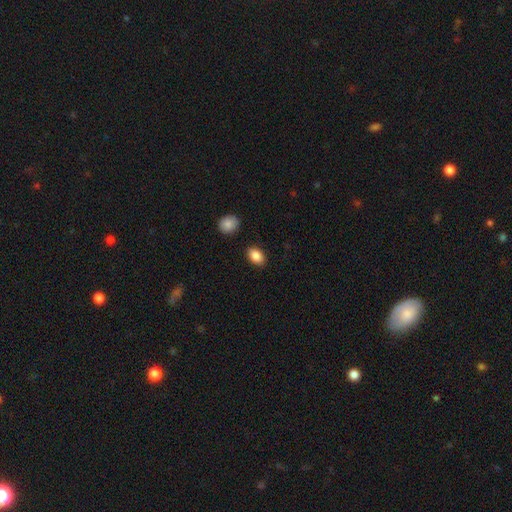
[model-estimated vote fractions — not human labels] The model was most divided on "how rounded": in between: 85%, round: 14%, cigar-shaped: 1%. More confident: merging — none (88%); smooth or featured — smooth (87%).